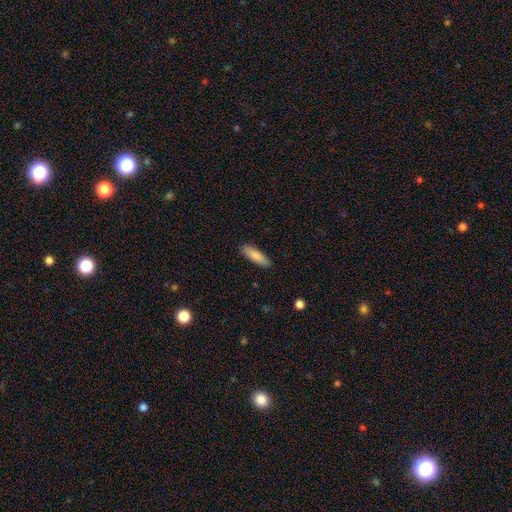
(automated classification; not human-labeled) This appears to be a smooth galaxy with no disk features (84%) that is cigar-shaped (58%). Merging: none (87%).